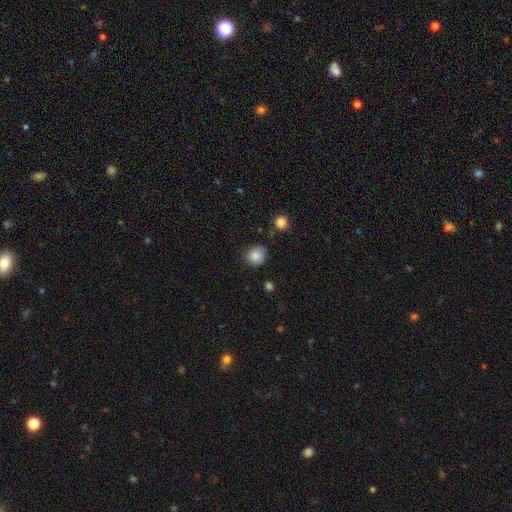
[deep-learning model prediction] Smooth or featured? Predicted: smooth (p=0.85). How rounded? Predicted: round (p=0.85). Merging? Predicted: none (p=0.79).